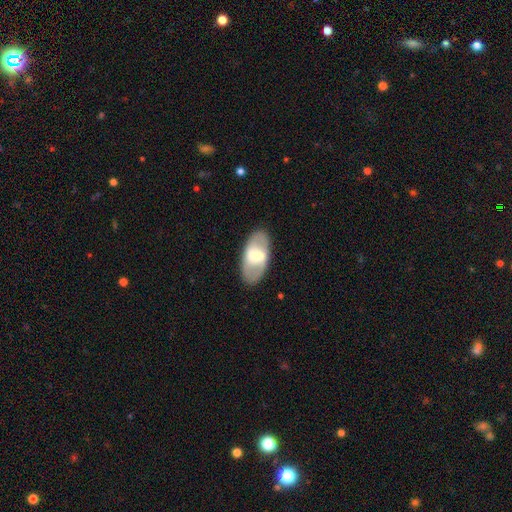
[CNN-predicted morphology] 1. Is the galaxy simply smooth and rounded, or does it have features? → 53% featured or disk, 41% smooth, 6% star or artifact.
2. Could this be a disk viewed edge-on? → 89% no, 11% yes.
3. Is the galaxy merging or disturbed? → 85% none, 10% minor disturbance, 4% major disturbance, 1% merger.